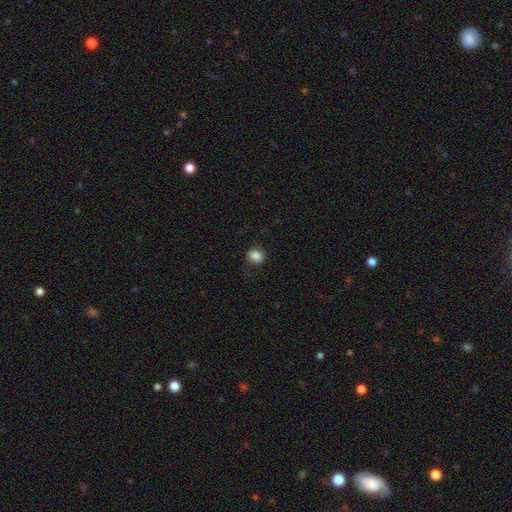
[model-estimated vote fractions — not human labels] smooth-or-featured: smooth: 84% | star or artifact: 9% | featured or disk: 7%
  how-rounded: round: 58% | in between: 41% | cigar-shaped: 1%
  merging: none: 74% | minor disturbance: 18% | major disturbance: 7% | merger: 1%